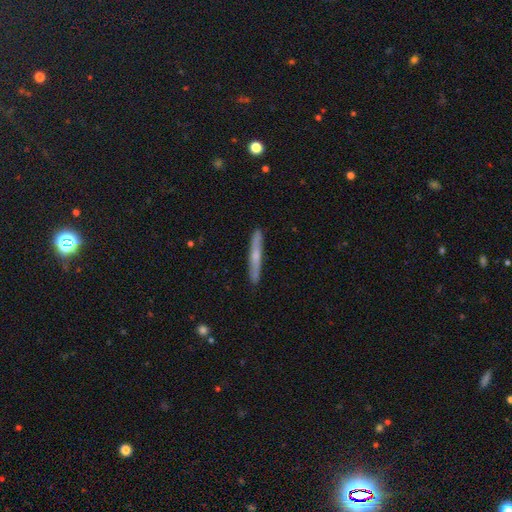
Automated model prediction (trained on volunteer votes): This is possibly a smooth galaxy (52%). How rounded: clearly cigar-shaped (95%). Merging: clearly none (88%).